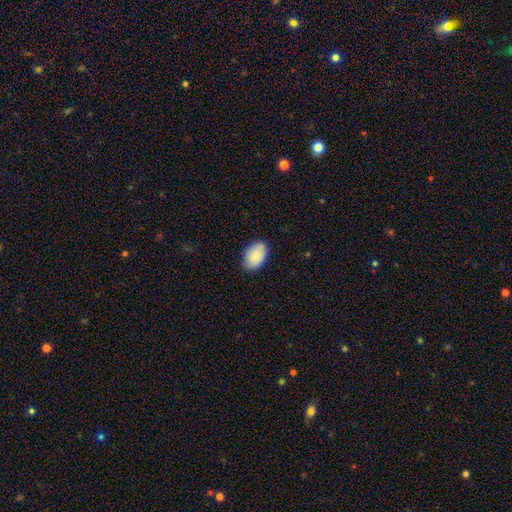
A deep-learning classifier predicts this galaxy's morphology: smooth 88%, star or artifact 6%, featured or disk 6%. Down the decision tree: how rounded — in between (91%); merging — none (83%).